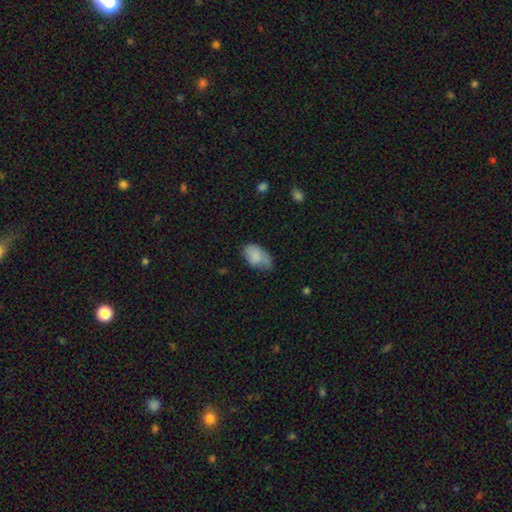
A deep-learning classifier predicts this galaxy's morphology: smooth_or_featured: smooth (p=0.78) [alt: featured or disk p=0.14]
how_rounded: in between (p=0.91) [alt: round p=0.08]
merging: none (p=0.44) [alt: minor disturbance p=0.39]